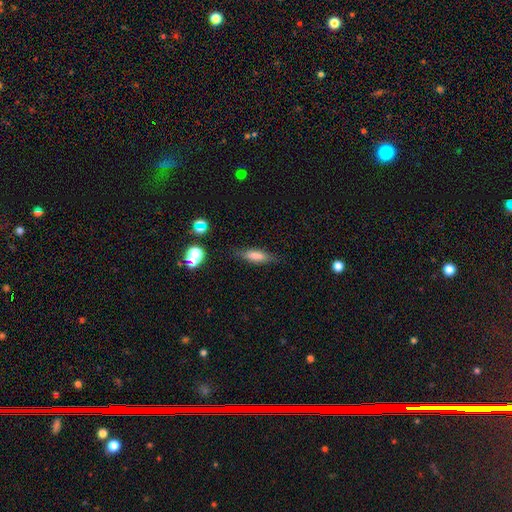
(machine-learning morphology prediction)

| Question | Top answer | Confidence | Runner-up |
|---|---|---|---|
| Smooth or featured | smooth | 70% | featured or disk (20%) |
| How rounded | cigar-shaped | 54% | in between (44%) |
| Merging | none | 77% | minor disturbance (16%) |